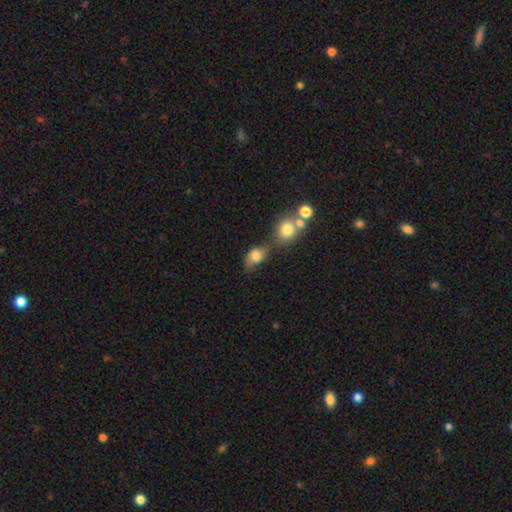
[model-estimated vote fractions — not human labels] This is likely a smooth galaxy (74%). How rounded: likely in between (66%). Merging: marginally none (38%).